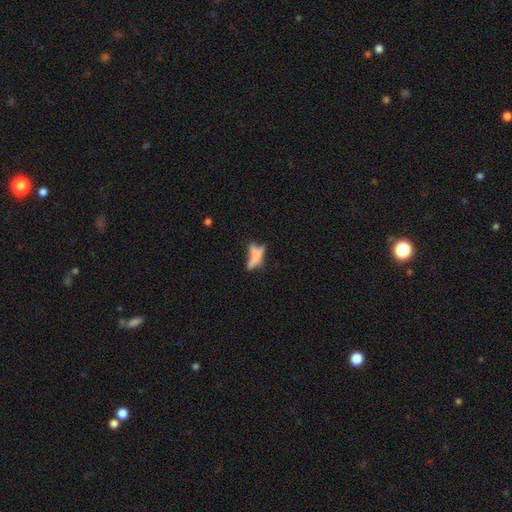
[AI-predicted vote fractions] A smooth galaxy with no disk features (51%) that is cigar-shaped (60%). Merging: none (39%).